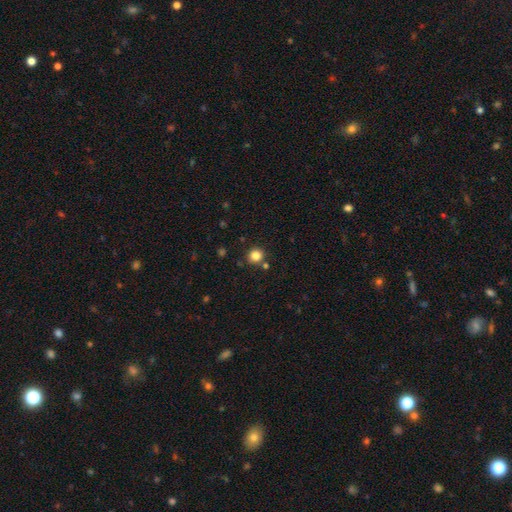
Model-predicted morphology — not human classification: smooth-or-featured: smooth: 83% | star or artifact: 12% | featured or disk: 5%
  how-rounded: round: 90% | in between: 9% | cigar-shaped: 1%
  merging: none: 83% | minor disturbance: 8% | merger: 6% | major disturbance: 2%